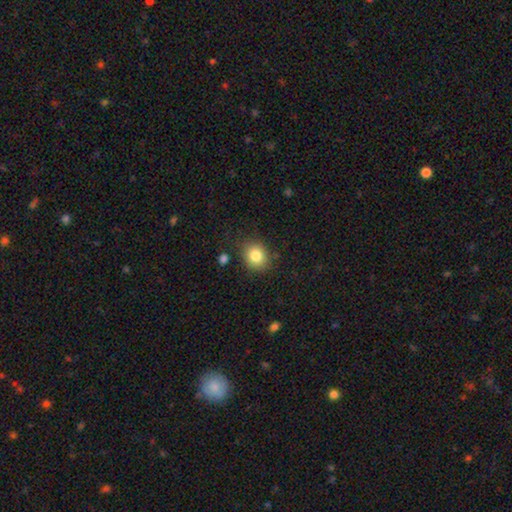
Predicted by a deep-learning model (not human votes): This appears to be a smooth galaxy with no disk features (84%) that is round (68%). Merging: none (82%).